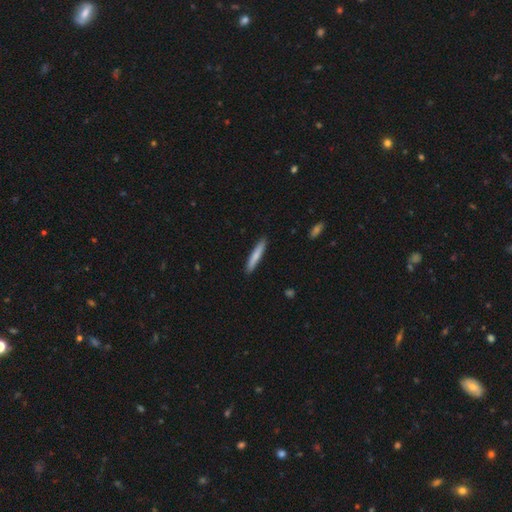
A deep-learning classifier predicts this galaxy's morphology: The model was most divided on "smooth or featured": smooth: 77%, featured or disk: 18%, star or artifact: 5%. More confident: how rounded — cigar-shaped (93%); merging — none (90%).